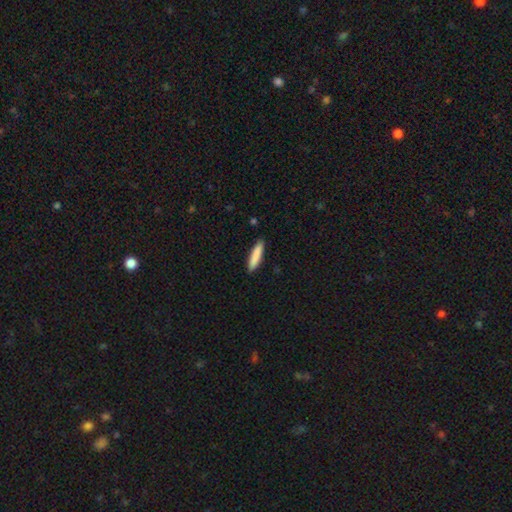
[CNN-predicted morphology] Smooth or featured: smooth — 85% (featured or disk — 9%)
How rounded: cigar-shaped — 86% (in between — 13%)
Merging: none — 89% (minor disturbance — 8%)